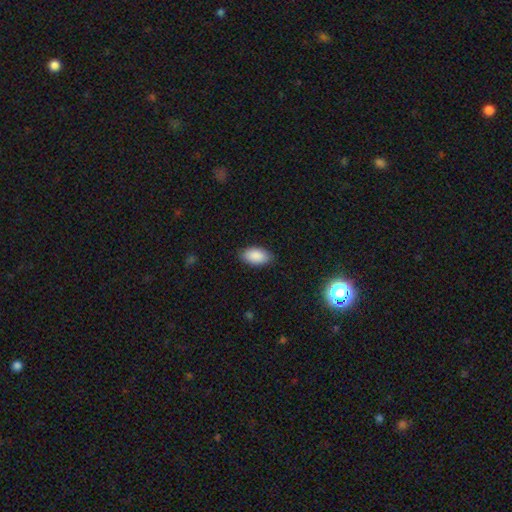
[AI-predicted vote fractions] Q: Smooth or featured?
A: smooth (90%); runner-up: star or artifact (7%)
Q: How rounded?
A: in between (95%); runner-up: round (3%)
Q: Merging?
A: none (86%); runner-up: minor disturbance (11%)